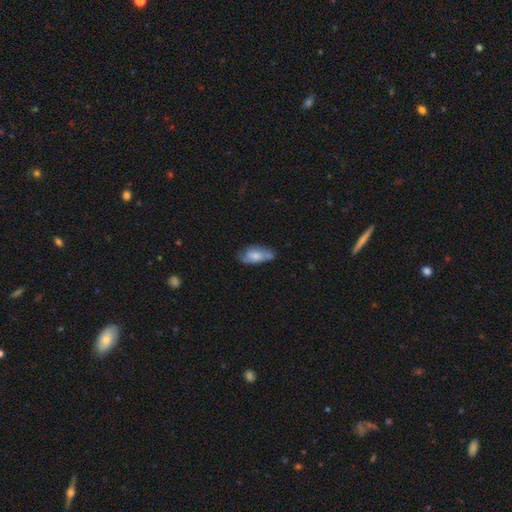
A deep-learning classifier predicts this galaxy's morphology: Smooth or featured?
  - smooth: 65% *
  - featured or disk: 28%
  - star or artifact: 7%
How rounded?
  - in between: 86% *
  - cigar-shaped: 11%
  - round: 3%
Merging?
  - none: 52% *
  - minor disturbance: 31%
  - major disturbance: 9%
  - merger: 7%